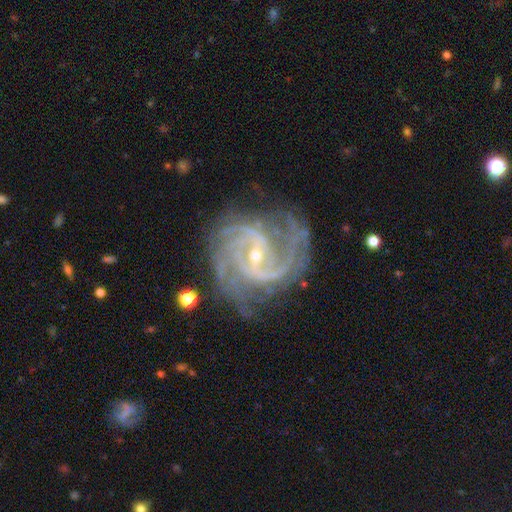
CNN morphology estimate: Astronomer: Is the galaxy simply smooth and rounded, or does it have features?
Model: featured or disk — 93%.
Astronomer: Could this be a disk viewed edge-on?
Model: no — 98%.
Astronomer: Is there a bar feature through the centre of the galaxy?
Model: weak — 47% (runner-up: strong, 30%).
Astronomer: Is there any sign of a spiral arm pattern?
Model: yes — 99%.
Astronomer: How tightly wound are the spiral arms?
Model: medium — 48% (runner-up: tight, 42%).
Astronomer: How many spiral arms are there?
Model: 2 — 34% (runner-up: 3, 21%).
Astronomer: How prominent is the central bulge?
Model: small — 76%.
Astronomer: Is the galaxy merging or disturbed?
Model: none — 71%.